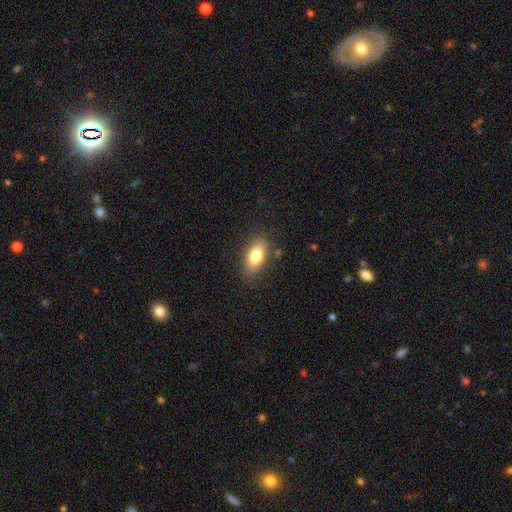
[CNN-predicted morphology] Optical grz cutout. It shows a smooth galaxy with no disk features (78%) that is in between round and cigar-shaped (86%). Merging: none (84%).